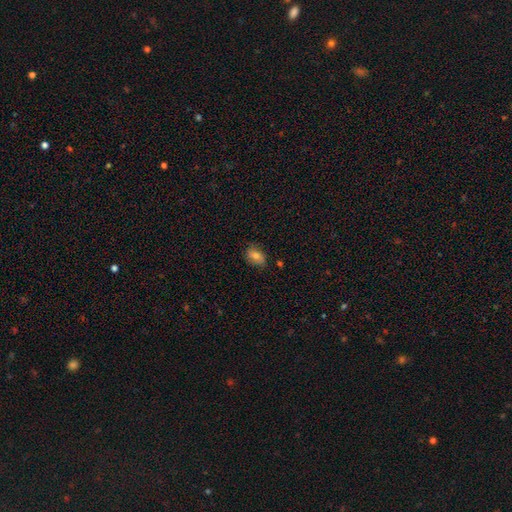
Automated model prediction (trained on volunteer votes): smooth-or-featured: smooth: 74% | featured or disk: 15% | star or artifact: 11%
  how-rounded: in between: 79% | round: 18% | cigar-shaped: 2%
  merging: none: 77% | minor disturbance: 18% | major disturbance: 4% | merger: 2%